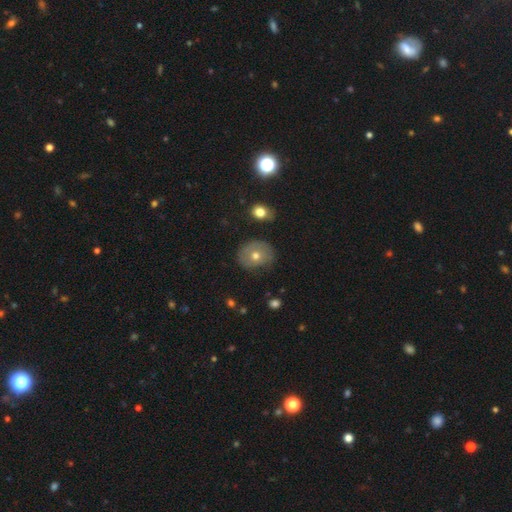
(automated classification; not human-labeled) Smooth or featured: smooth — 55% (featured or disk — 34%)
How rounded: round — 64% (in between — 35%)
Merging: none — 74% (minor disturbance — 19%)